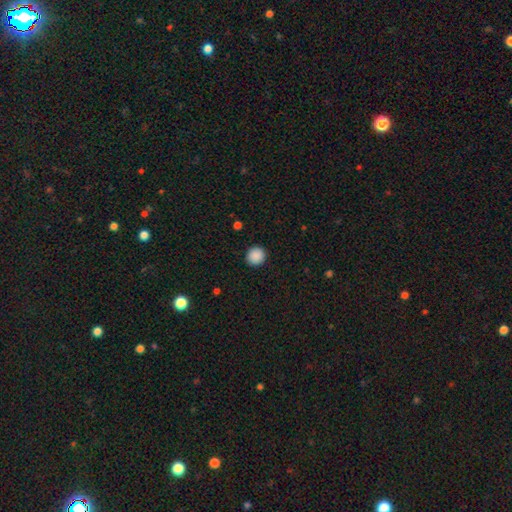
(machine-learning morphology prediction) This appears to be a smooth galaxy with no disk features (89%) that is round (88%). Merging: none (92%).